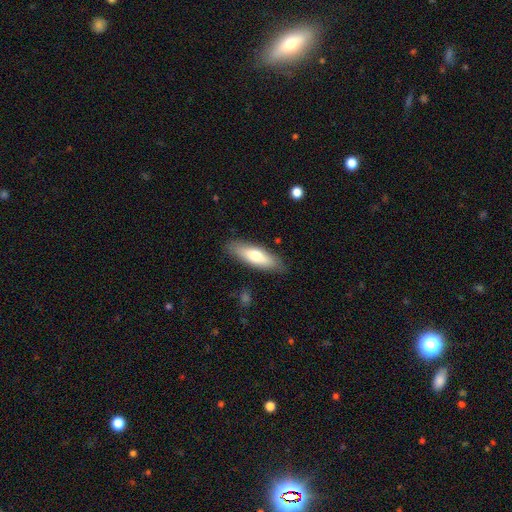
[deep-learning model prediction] Morphology: type=smooth (67%); roundness=in between (50%); merging=none (86%).